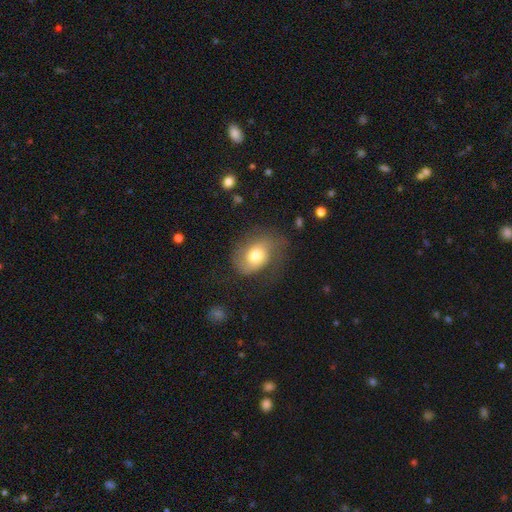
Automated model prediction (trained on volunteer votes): Q: Smooth or featured?
A: featured or disk (47%); runner-up: smooth (45%)
Q: Merging?
A: none (53%); runner-up: minor disturbance (24%)